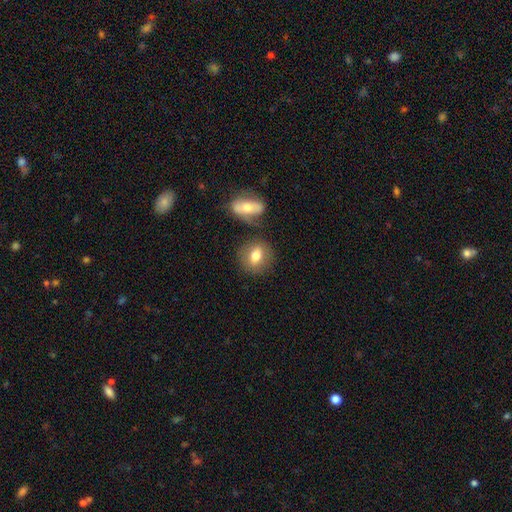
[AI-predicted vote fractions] Smooth or featured?
  - smooth: 72% *
  - featured or disk: 20%
  - star or artifact: 8%
How rounded?
  - round: 55% *
  - in between: 43%
  - cigar-shaped: 2%
Merging?
  - none: 70% *
  - merger: 14%
  - minor disturbance: 11%
  - major disturbance: 4%